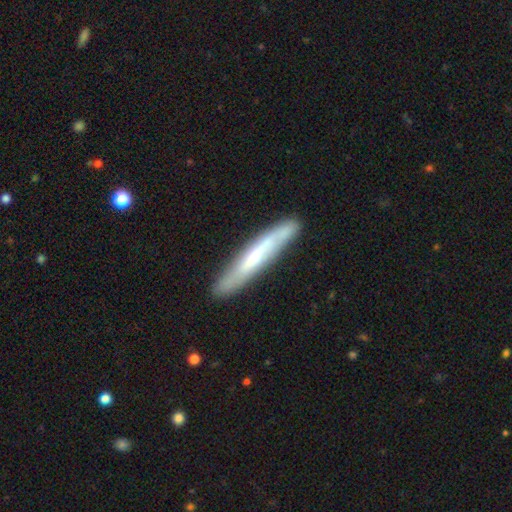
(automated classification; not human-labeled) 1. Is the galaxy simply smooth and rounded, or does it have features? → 51% featured or disk, 43% smooth, 6% star or artifact.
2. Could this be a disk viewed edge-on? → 75% yes, 25% no.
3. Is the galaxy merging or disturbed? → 83% none, 12% minor disturbance, 2% major disturbance, 2% merger.